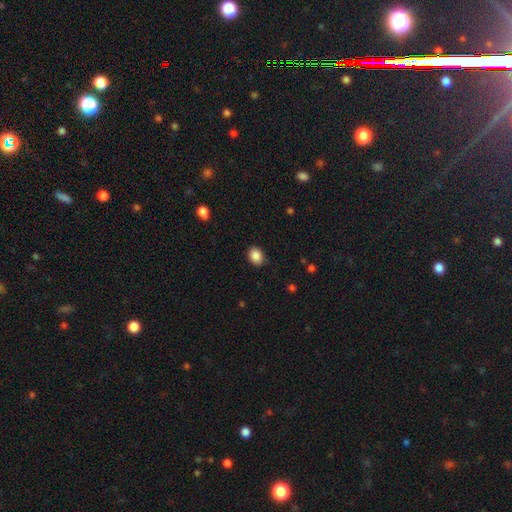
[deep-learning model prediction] Smooth or featured?
  - smooth: 87% *
  - star or artifact: 9%
  - featured or disk: 4%
How rounded?
  - in between: 56% *
  - round: 44%
  - cigar-shaped: 1%
Merging?
  - none: 86% *
  - minor disturbance: 11%
  - major disturbance: 2%
  - merger: 1%